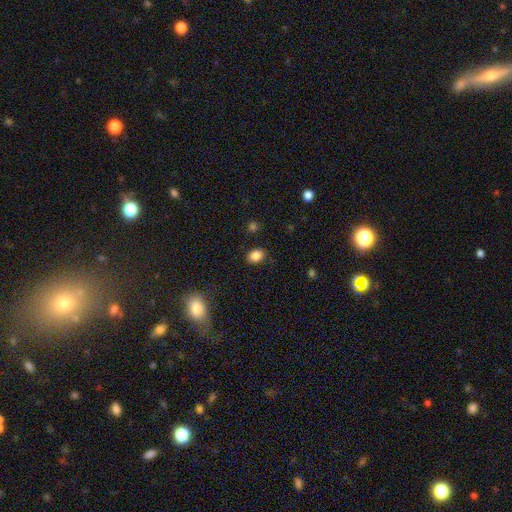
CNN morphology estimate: Overall: smooth (84%). How rounded: in between (60%; round 39%). Merging: none (87%).